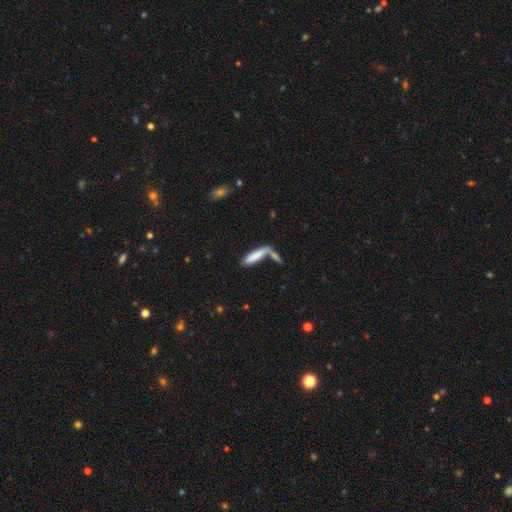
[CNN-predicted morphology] type=smooth (76%); roundness=cigar-shaped (73%); merging=merger (42%).